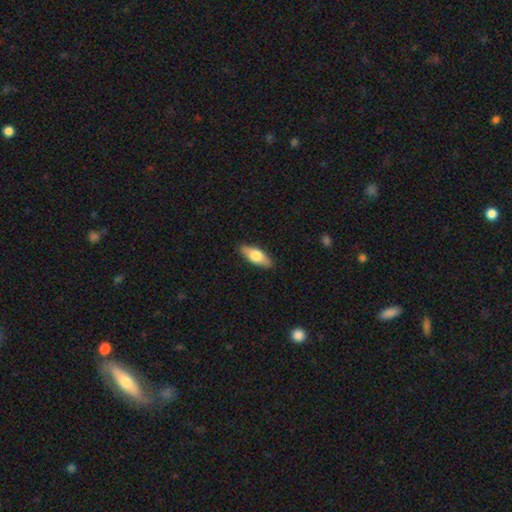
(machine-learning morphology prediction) Smooth or featured: smooth — 67% (featured or disk — 27%)
How rounded: in between — 71% (cigar-shaped — 26%)
Merging: none — 89% (minor disturbance — 9%)